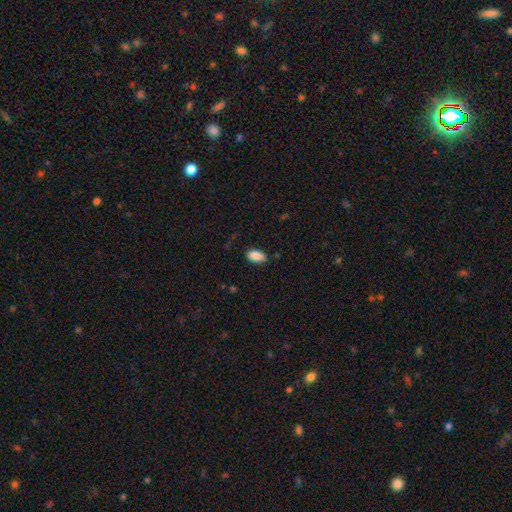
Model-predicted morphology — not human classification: Q: Smooth or featured?
A: smooth (89%); runner-up: star or artifact (7%)
Q: How rounded?
A: in between (93%); runner-up: cigar-shaped (4%)
Q: Merging?
A: none (82%); runner-up: minor disturbance (14%)